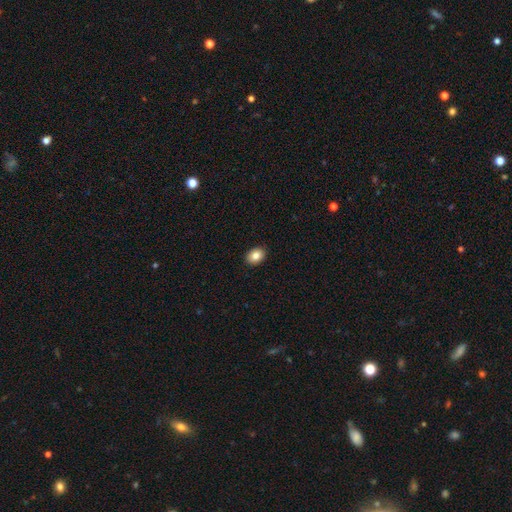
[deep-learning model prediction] smooth 85%, star or artifact 8%, featured or disk 7%. Down the decision tree: how rounded — in between (72%); merging — none (91%).